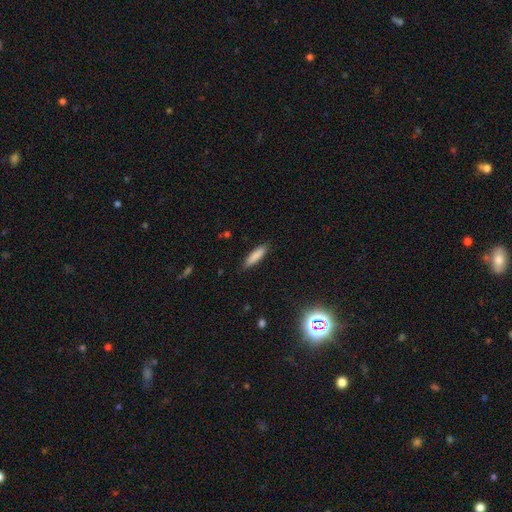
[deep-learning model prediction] A smooth galaxy with no disk features (86%) that is cigar-shaped (72%). Merging: none (88%).